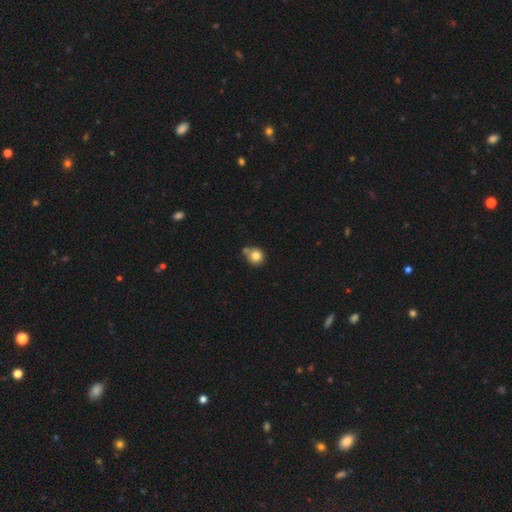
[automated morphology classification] Overall: smooth (81%). How rounded: round (87%). Merging: none (61%).